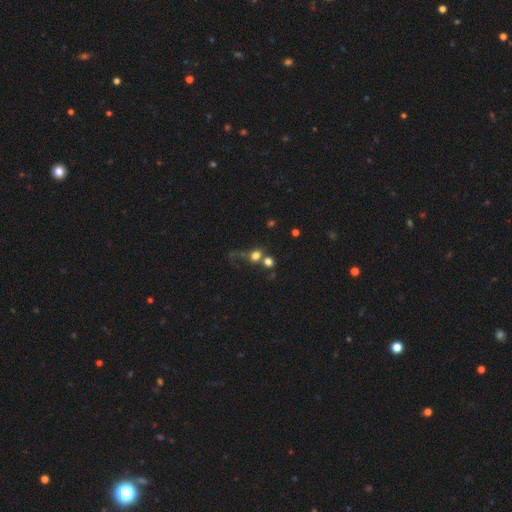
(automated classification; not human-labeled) A smooth galaxy with no disk features (66%) that is round (80%). Merging: merger (39%).